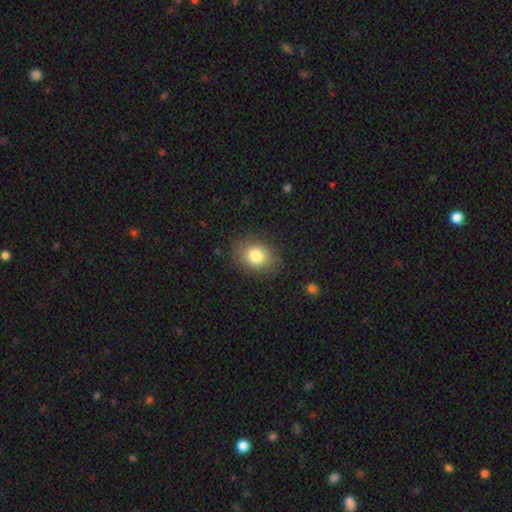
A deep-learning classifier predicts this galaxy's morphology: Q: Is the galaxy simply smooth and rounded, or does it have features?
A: smooth — 81%.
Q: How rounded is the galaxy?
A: in between — 56%.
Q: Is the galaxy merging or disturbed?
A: none — 83%.